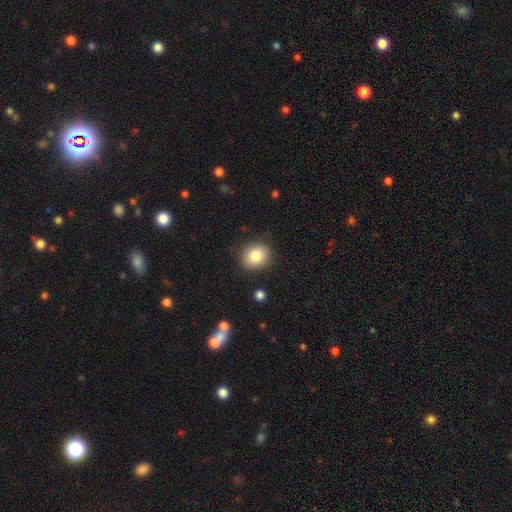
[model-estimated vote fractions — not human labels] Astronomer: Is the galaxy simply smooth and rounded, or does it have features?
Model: smooth — 84%.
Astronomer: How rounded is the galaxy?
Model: round — 70%.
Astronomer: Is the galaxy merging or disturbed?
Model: none — 86%.